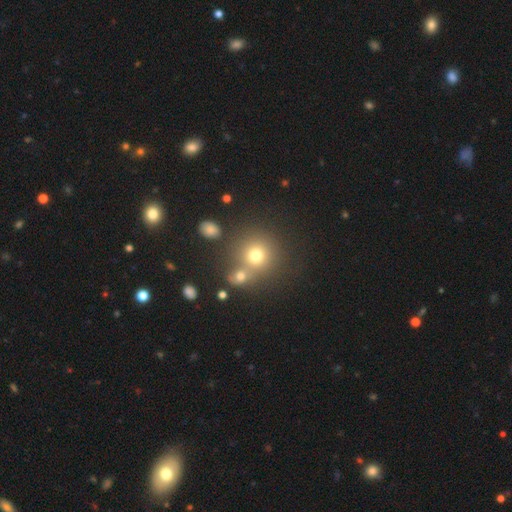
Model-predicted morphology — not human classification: A smooth galaxy with no disk features (72%) that is round (89%).

Vote fractions:
- Smooth or featured? smooth: 72% / star or artifact: 16% / featured or disk: 12%
- How rounded? round: 89% / in between: 10% / cigar-shaped: 1%
- Merging? none: 59% / merger: 28% / minor disturbance: 9% / major disturbance: 4%